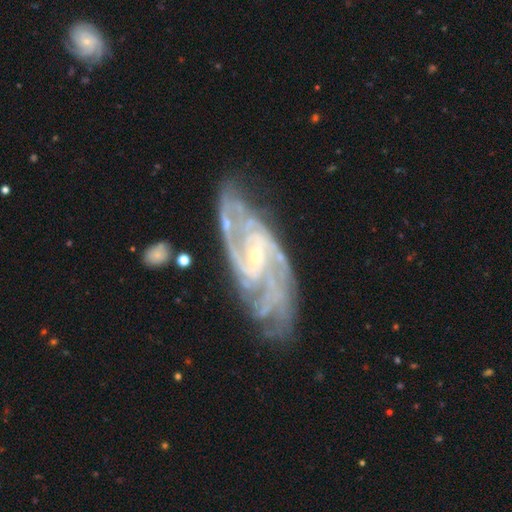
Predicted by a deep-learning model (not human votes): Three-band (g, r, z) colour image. It shows a featured or disk galaxy (90%) with a weak bar (42%, tied with no), 2 (40%) medium (47%) spiral arms (98%) and a small central bulge (77%). Merging: none (72%).